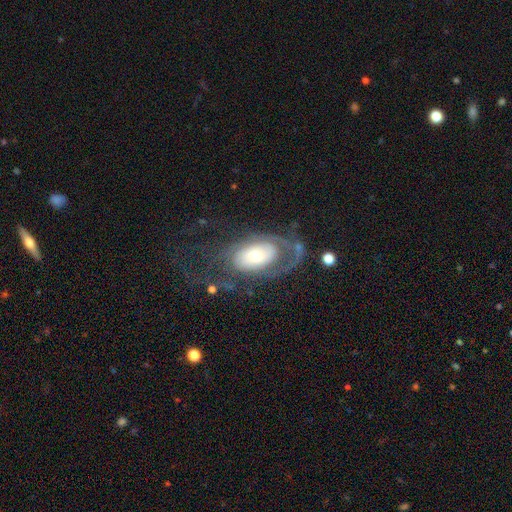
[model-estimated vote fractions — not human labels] A featured or disk galaxy (69%) with no bar (77%), spiral arms (69%) and a moderate central bulge (52%). Merging: major disturbance (42%).